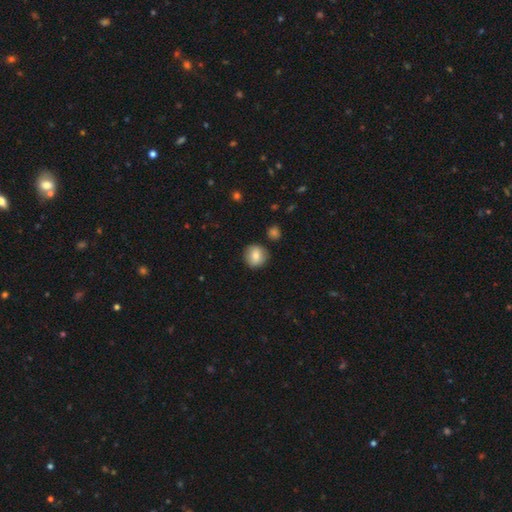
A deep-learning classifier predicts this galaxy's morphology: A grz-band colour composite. It shows a smooth galaxy with no disk features (77%) that is round (90%). Merging: none (86%).